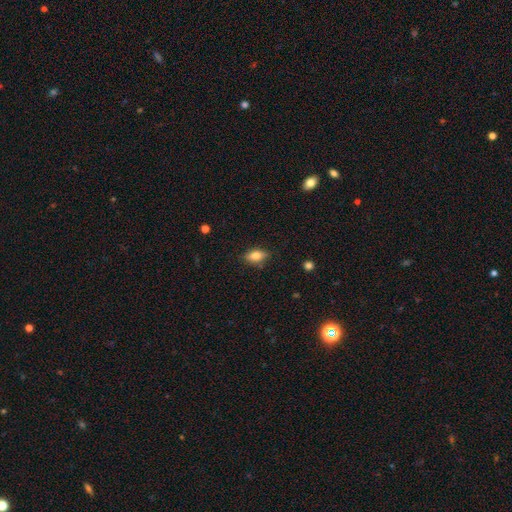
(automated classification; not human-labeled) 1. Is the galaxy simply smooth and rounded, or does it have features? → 74% smooth, 17% featured or disk, 9% star or artifact.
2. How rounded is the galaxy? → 82% in between, 10% round, 8% cigar-shaped.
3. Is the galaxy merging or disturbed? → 81% none, 15% minor disturbance, 3% major disturbance, 2% merger.